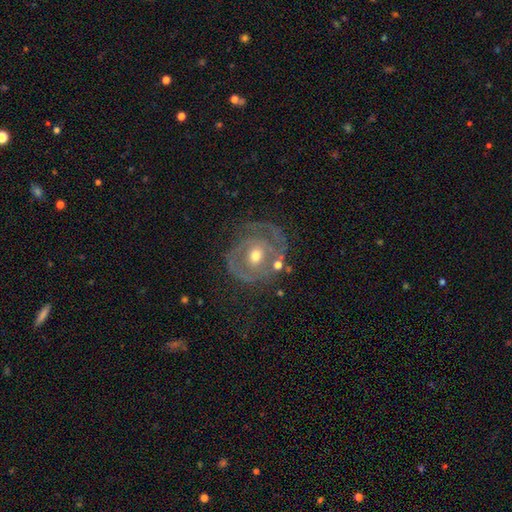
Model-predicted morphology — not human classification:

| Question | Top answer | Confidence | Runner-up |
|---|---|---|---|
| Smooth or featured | featured or disk | 76% | smooth (16%) |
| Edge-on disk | no | 97% | yes (3%) |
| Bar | no | 67% | weak (25%) |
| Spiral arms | yes | 74% | no (26%) |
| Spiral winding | tight | 61% | medium (28%) |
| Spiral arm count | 2 | 38% | can't tell (32%) |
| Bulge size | moderate | 68% | small (27%) |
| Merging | none | 60% | minor disturbance (21%) |